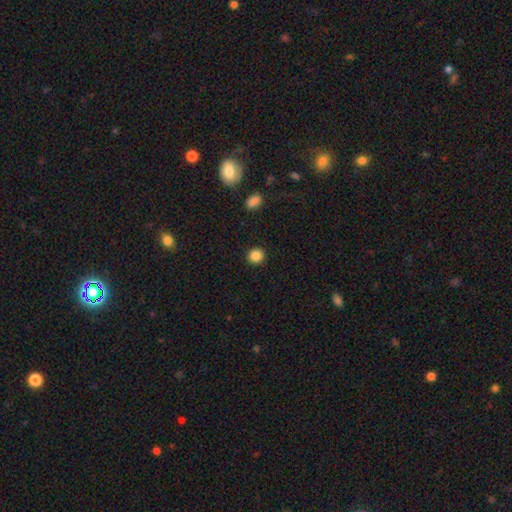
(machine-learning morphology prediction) type=smooth (86%); roundness=round (91%); merging=none (92%).